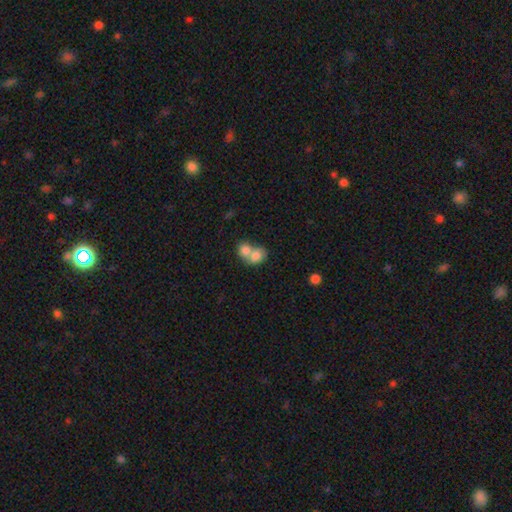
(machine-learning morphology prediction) A smooth galaxy with no disk features (78%) that is in between round and cigar-shaped (55%). Merging: merger (71%).